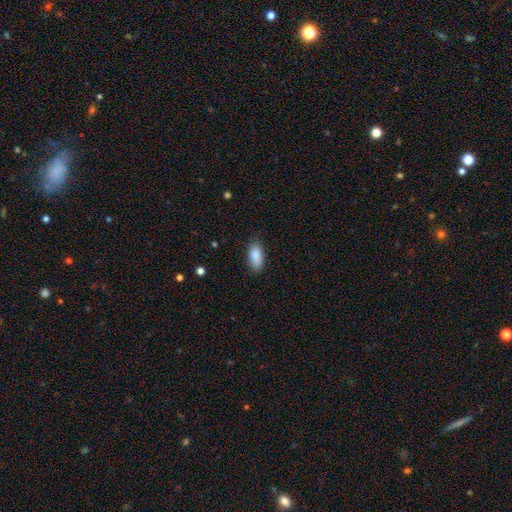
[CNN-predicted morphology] smooth-or-featured: smooth: 88% | star or artifact: 7% | featured or disk: 5%
  how-rounded: in between: 86% | cigar-shaped: 11% | round: 2%
  merging: none: 80% | minor disturbance: 15% | major disturbance: 3% | merger: 1%